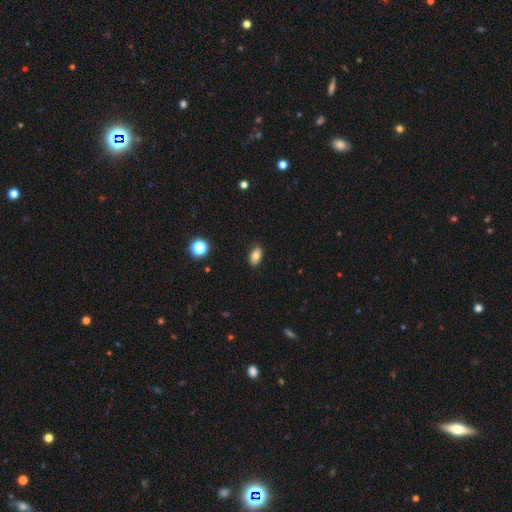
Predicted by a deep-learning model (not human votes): This is likely a smooth galaxy (78%). How rounded: clearly in between (90%). Merging: clearly none (87%).